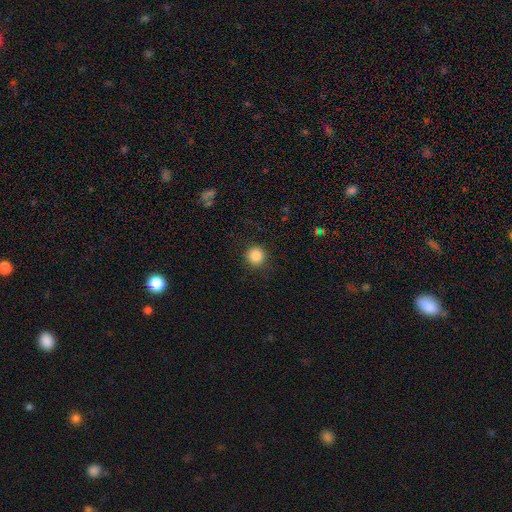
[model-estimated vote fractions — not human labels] Morphology: type=smooth (85%); roundness=round (94%); merging=none (90%).